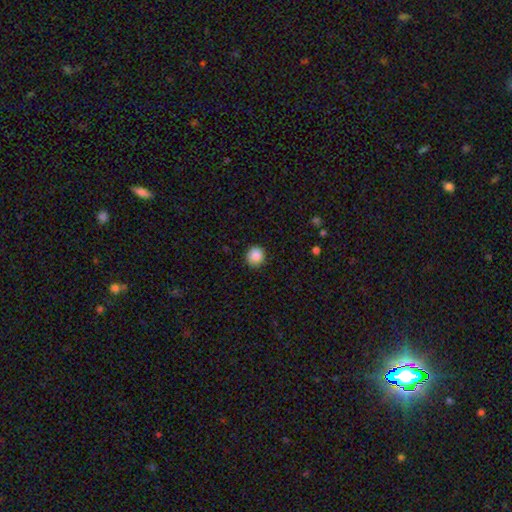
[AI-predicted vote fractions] Smooth or featured? Predicted: smooth (p=0.88). How rounded? Predicted: round (p=0.92). Merging? Predicted: none (p=0.89).